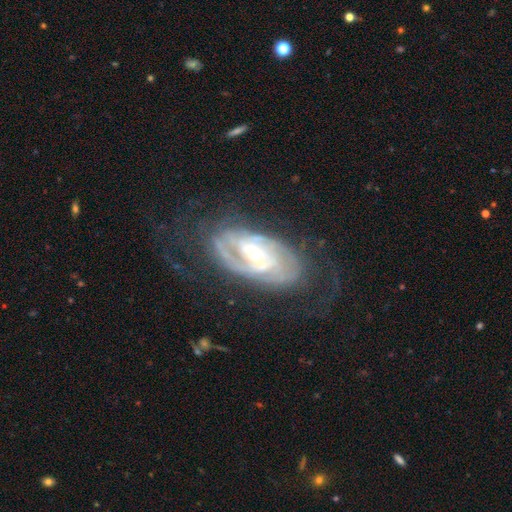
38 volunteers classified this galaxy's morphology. type=featured or disk (97%); edge-on=no (100%); bar=weak (57%); spiral arms=yes (92%); winding=tight (65%); arm count=2 (41%); bulge=small (70%); merging=none (70%).